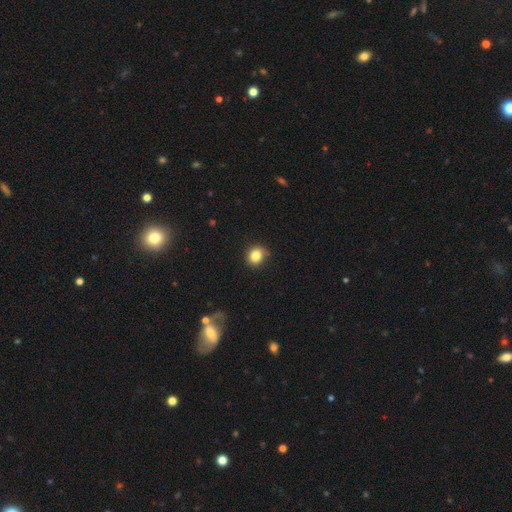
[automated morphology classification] A smooth galaxy with no disk features (83%) that is round (81%). Merging: none (77%).